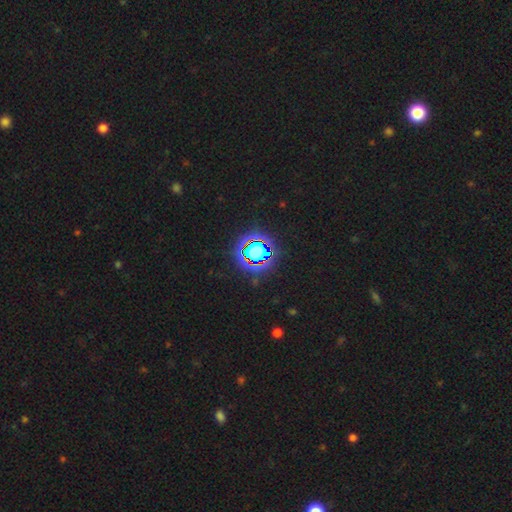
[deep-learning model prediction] smooth_or_featured: star or artifact (p=0.81) [alt: smooth p=0.13]